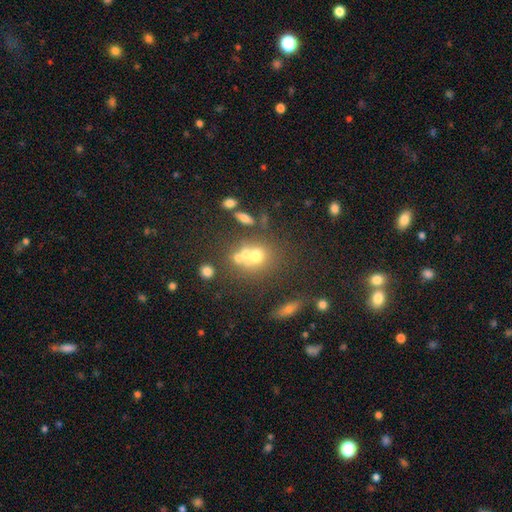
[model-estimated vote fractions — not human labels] A smooth galaxy with no disk features (58%) that is round (73%). Merging: merger (42%).